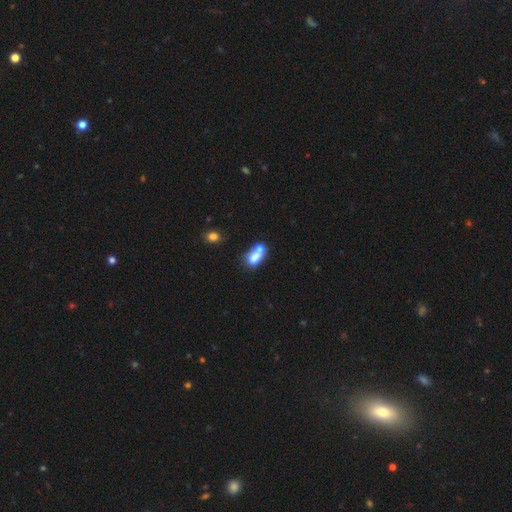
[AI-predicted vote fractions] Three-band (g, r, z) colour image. It shows a smooth galaxy with no disk features (69%) that is in between round and cigar-shaped (76%). Merging: merger (62%).